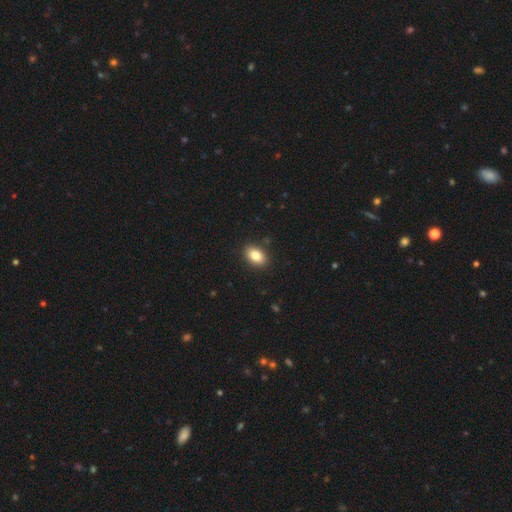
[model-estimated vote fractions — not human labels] Smooth or featured? smooth (84%)
How rounded? in between (86%)
Merging? none (89%)